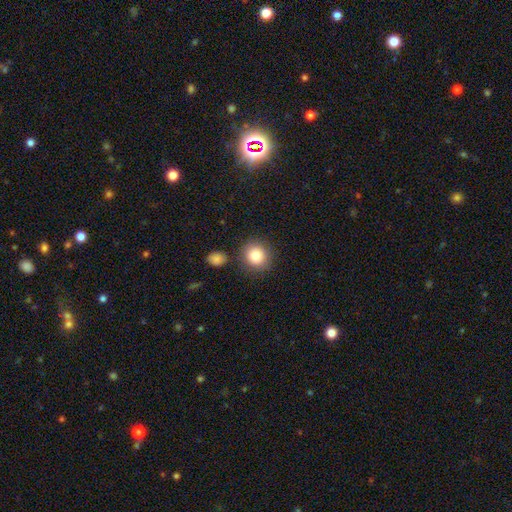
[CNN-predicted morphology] Smooth or featured? smooth (83%)
How rounded? round (89%)
Merging? none (84%)